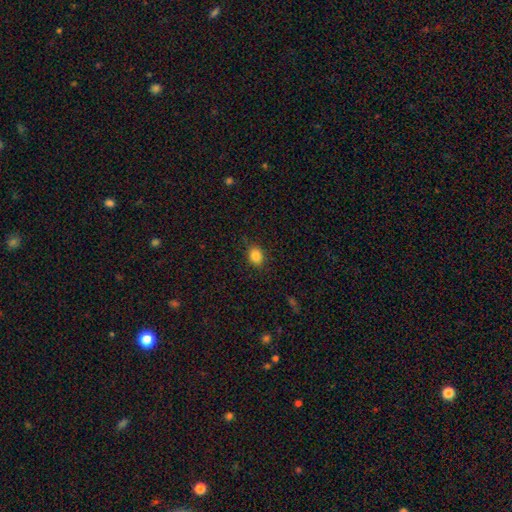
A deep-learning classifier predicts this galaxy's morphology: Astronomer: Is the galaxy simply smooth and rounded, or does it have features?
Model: smooth — 85%.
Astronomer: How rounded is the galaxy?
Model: in between — 54% (runner-up: round, 45%).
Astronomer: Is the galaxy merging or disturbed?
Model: none — 85%.